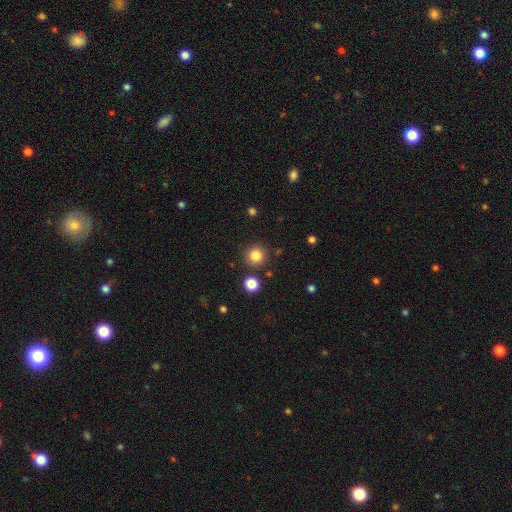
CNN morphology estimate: smooth 84%, star or artifact 12%, featured or disk 5%. Down the decision tree: how rounded — round (94%); merging — none (87%).